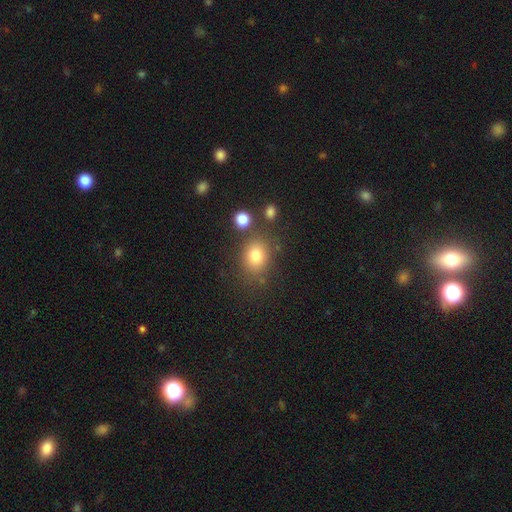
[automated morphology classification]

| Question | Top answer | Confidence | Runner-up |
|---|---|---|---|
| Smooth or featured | smooth | 79% | star or artifact (12%) |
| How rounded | round | 54% | in between (45%) |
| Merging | none | 74% | minor disturbance (13%) |